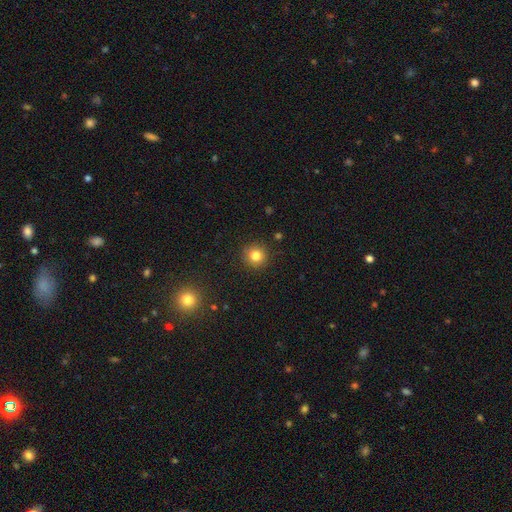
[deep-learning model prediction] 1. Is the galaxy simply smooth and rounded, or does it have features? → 81% smooth, 12% star or artifact, 6% featured or disk.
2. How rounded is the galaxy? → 93% round, 6% in between, 1% cigar-shaped.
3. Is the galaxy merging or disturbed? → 90% none, 6% minor disturbance, 2% major disturbance, 1% merger.